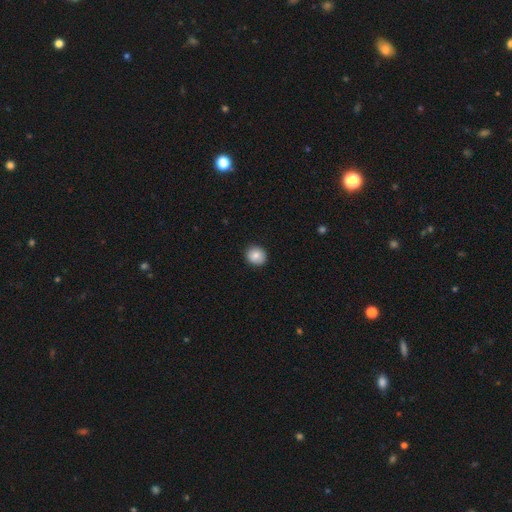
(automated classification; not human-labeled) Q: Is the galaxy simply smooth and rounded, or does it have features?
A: smooth — 83%.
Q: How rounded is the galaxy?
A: round — 87%.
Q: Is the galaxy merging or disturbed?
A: none — 90%.